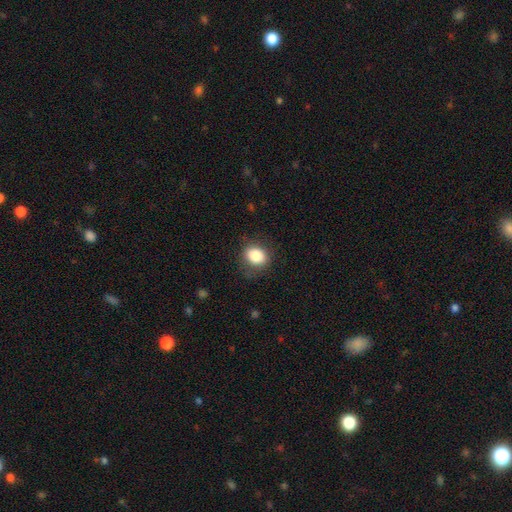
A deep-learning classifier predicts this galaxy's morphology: Smooth or featured? smooth (84%)
How rounded? round (58%)
Merging? none (77%)